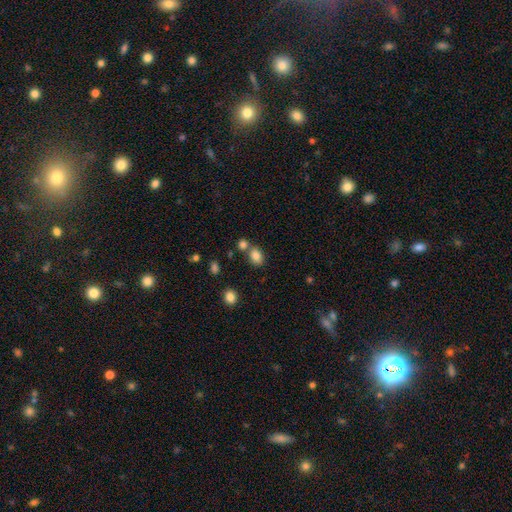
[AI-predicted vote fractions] smooth-or-featured: smooth: 82% | star or artifact: 10% | featured or disk: 7%
  how-rounded: in between: 64% | round: 35% | cigar-shaped: 1%
  merging: none: 62% | merger: 23% | minor disturbance: 11% | major disturbance: 3%